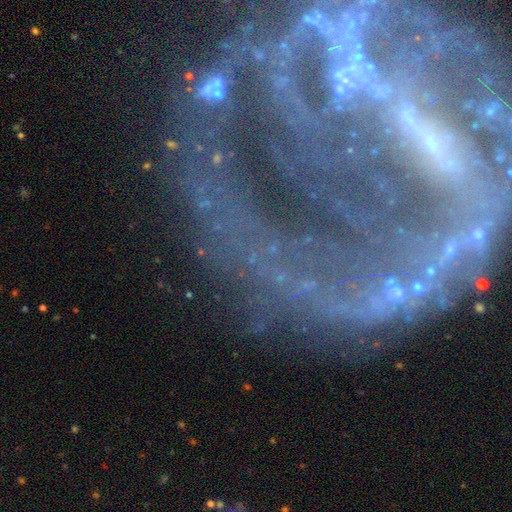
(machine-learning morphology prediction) smooth_or_featured: featured or disk (p=0.62) [alt: star or artifact p=0.25]
disk_edge_on: no (p=0.87) [alt: yes p=0.13]
bar: strong (p=0.37) [alt: no p=0.35]
has_spiral_arms: yes (p=0.77) [alt: no p=0.23]
bulge_size: small (p=0.47) [alt: moderate p=0.31]
merging: none (p=0.60) [alt: minor disturbance p=0.16]